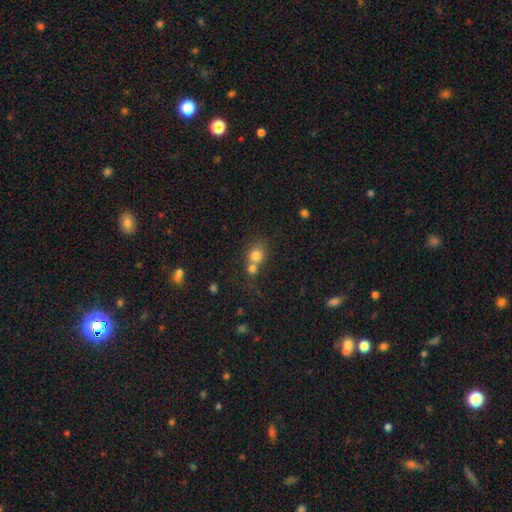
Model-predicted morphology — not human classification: type=smooth (78%); roundness=round (80%); merging=merger (52%).